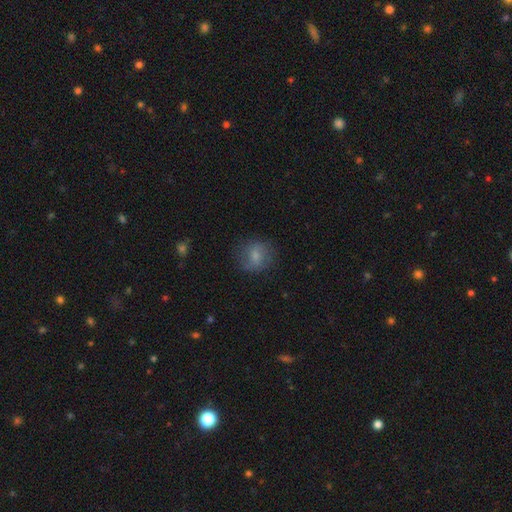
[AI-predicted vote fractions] smooth-or-featured: smooth: 70% | featured or disk: 21% | star or artifact: 9%
  how-rounded: round: 75% | in between: 24% | cigar-shaped: 1%
  merging: none: 76% | minor disturbance: 16% | major disturbance: 7% | merger: 1%